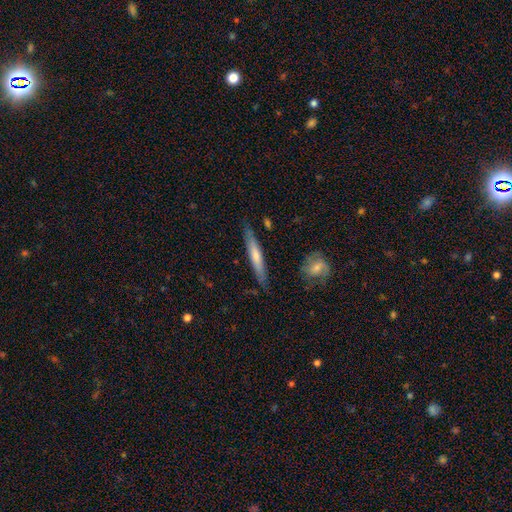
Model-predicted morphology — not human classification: This is possibly a smooth galaxy (58%). How rounded: clearly cigar-shaped (93%). Merging: clearly none (84%).